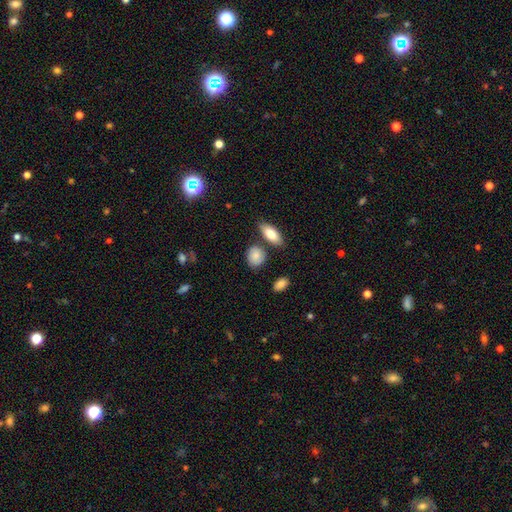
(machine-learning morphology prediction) Smooth or featured? Predicted: smooth (p=0.78). How rounded? Predicted: round (p=0.51). Merging? Predicted: none (p=0.71).